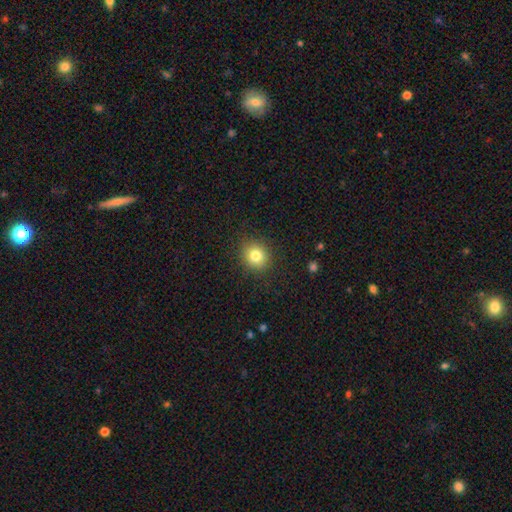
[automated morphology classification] Smooth or featured? smooth (81%)
How rounded? round (83%)
Merging? none (89%)